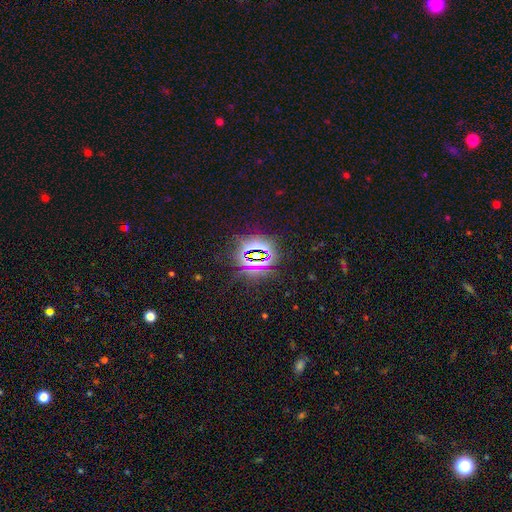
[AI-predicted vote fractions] This is likely a star or artifact rather than a galaxy (79%).